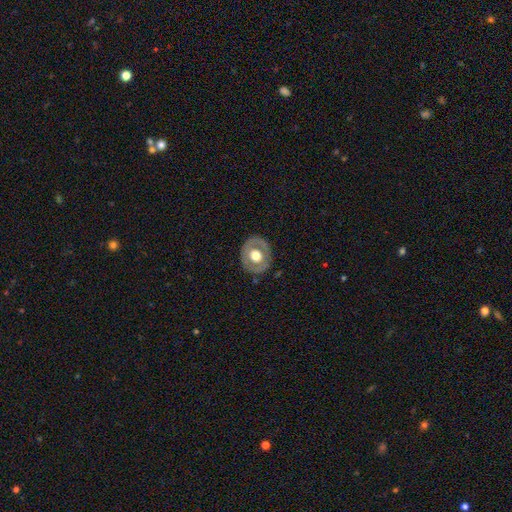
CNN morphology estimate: A featured or disk galaxy (50%). Merging: none (83%).